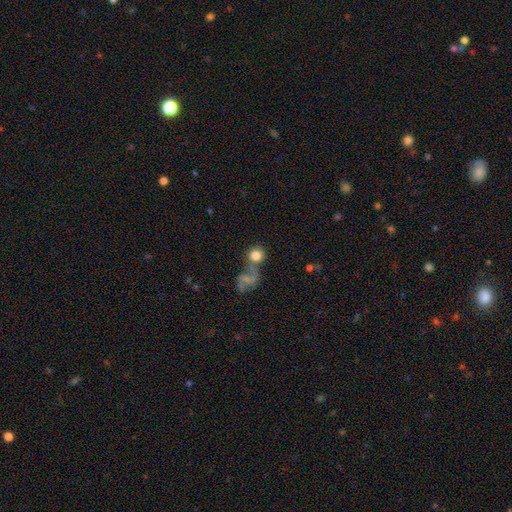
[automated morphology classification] smooth_or_featured: smooth (p=0.76) [alt: featured or disk p=0.14]
how_rounded: round (p=0.87) [alt: in between p=0.12]
merging: none (p=0.45) [alt: merger p=0.34]